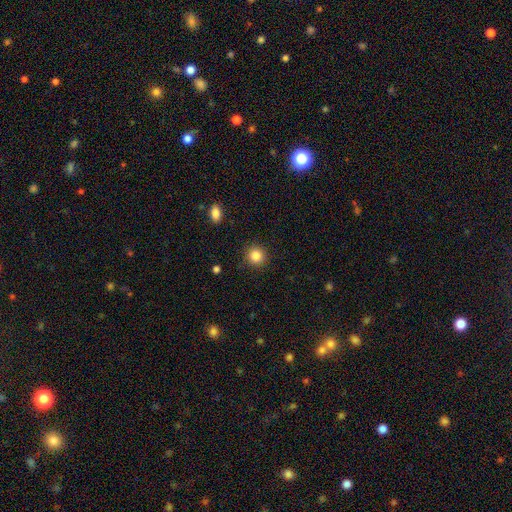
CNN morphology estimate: smooth-or-featured: smooth: 85% | star or artifact: 10% | featured or disk: 5%
  how-rounded: round: 91% | in between: 8% | cigar-shaped: 1%
  merging: none: 90% | minor disturbance: 7% | major disturbance: 2% | merger: 1%